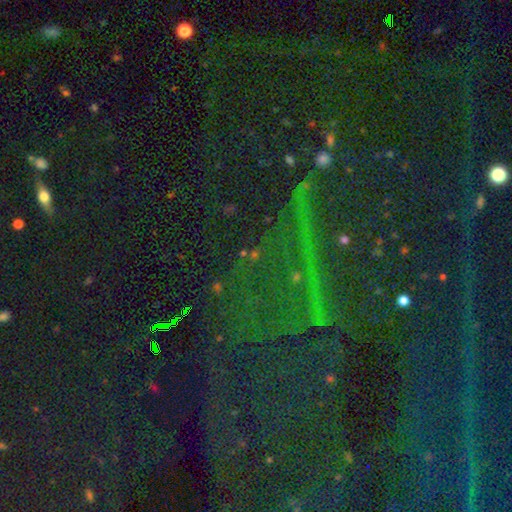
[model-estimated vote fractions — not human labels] smooth_or_featured: star or artifact (p=0.84) [alt: smooth p=0.09]